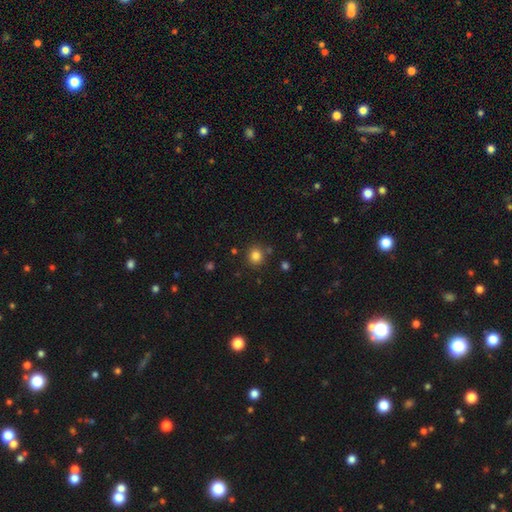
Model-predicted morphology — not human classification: A smooth galaxy with no disk features (82%) that is round (89%).

Vote fractions:
- Smooth or featured? smooth: 82% / star or artifact: 13% / featured or disk: 5%
- How rounded? round: 89% / in between: 10% / cigar-shaped: 1%
- Merging? none: 84% / minor disturbance: 8% / merger: 5% / major disturbance: 3%